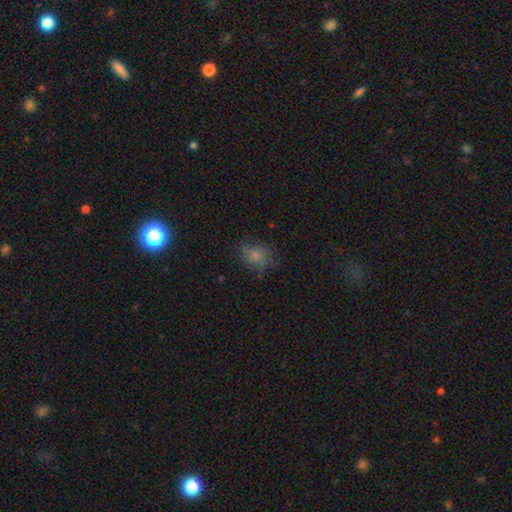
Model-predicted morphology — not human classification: Overall: smooth (68%). How rounded: in between (50%; round 48%). Merging: none (62%; minor disturbance 23%).